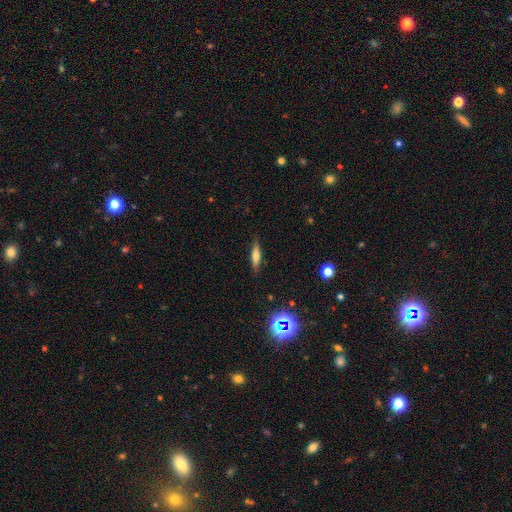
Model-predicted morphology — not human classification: This appears to be a smooth galaxy with no disk features (54%) that is cigar-shaped (75%). Merging: none (86%).